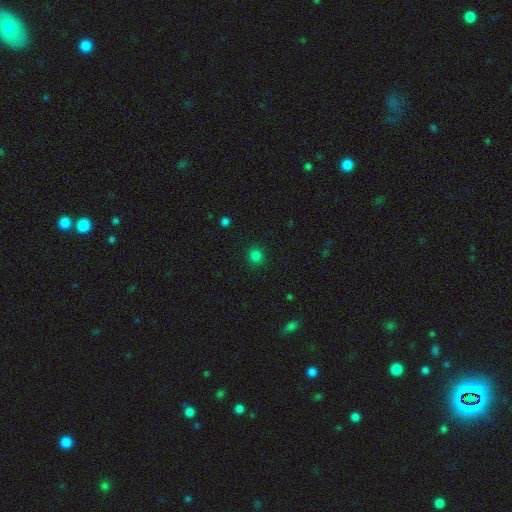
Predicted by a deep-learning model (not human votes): A smooth galaxy with no disk features (80%) that is round (87%). Merging: none (89%).